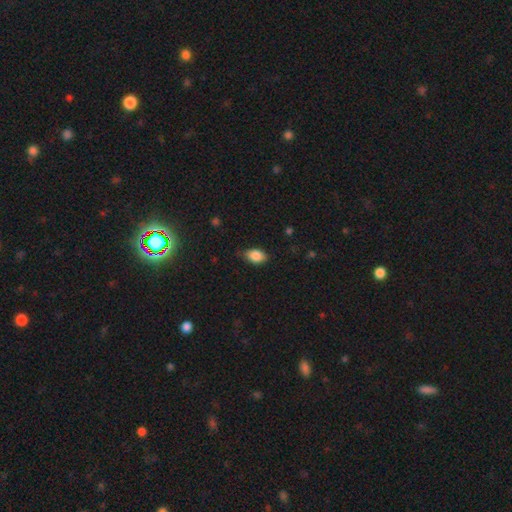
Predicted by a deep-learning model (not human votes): The model was most divided on "merging": none: 72%, minor disturbance: 23%, major disturbance: 4%, merger: 1%. More confident: smooth or featured — smooth (86%); how rounded — in between (85%).